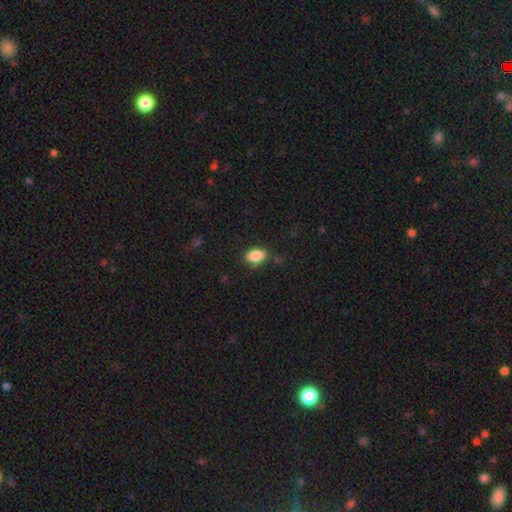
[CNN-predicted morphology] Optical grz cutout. It shows a smooth galaxy with no disk features (87%) that is in between round and cigar-shaped (88%). Merging: none (76%).